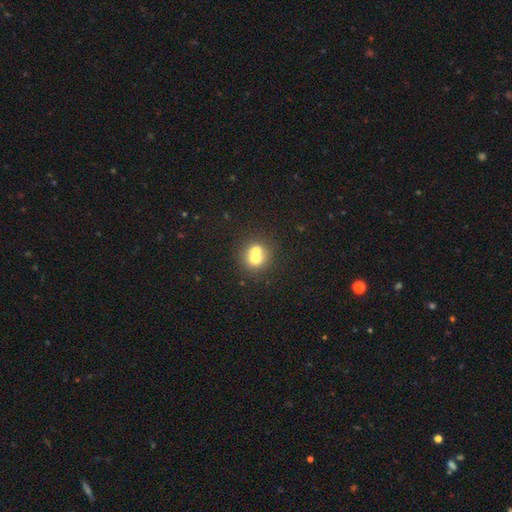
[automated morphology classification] Smooth or featured: smooth — 66% (featured or disk — 23%)
How rounded: round — 84% (in between — 15%)
Merging: merger — 58% (none — 33%)